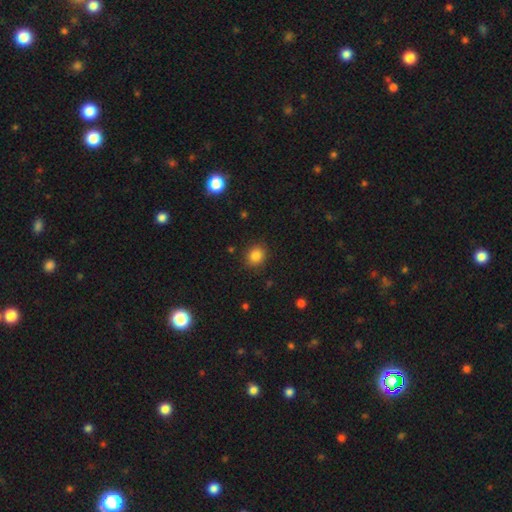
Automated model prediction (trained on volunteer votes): The model was most divided on "how rounded": round: 71%, in between: 28%, cigar-shaped: 1%. More confident: merging — none (85%); smooth or featured — smooth (84%).